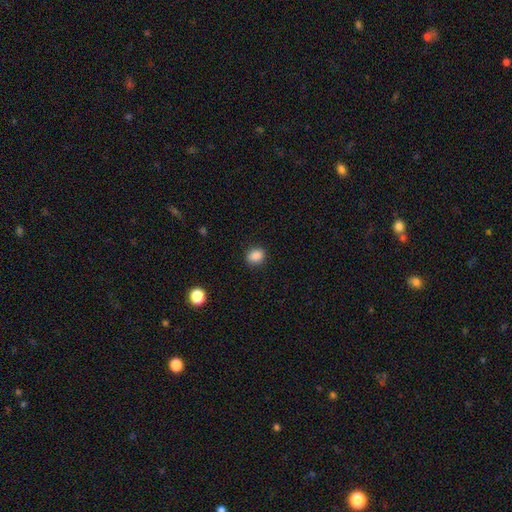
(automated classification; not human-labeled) Smooth or featured?
  - smooth: 87% *
  - star or artifact: 10%
  - featured or disk: 3%
How rounded?
  - round: 60% *
  - in between: 39%
  - cigar-shaped: 1%
Merging?
  - none: 88% *
  - minor disturbance: 8%
  - major disturbance: 2%
  - merger: 1%